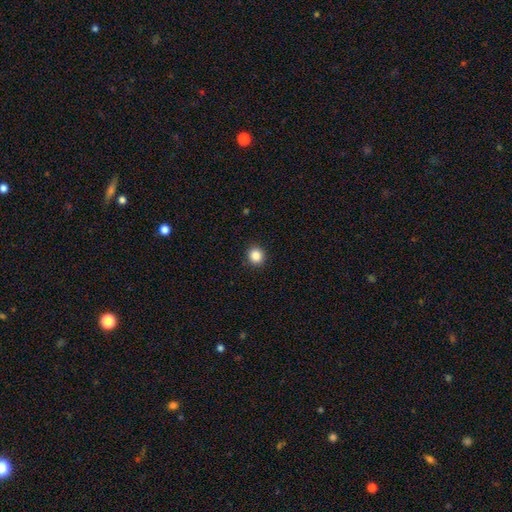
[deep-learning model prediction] The model was most divided on "smooth or featured": smooth: 86%, star or artifact: 10%, featured or disk: 4%. More confident: merging — none (92%); how rounded — round (88%).